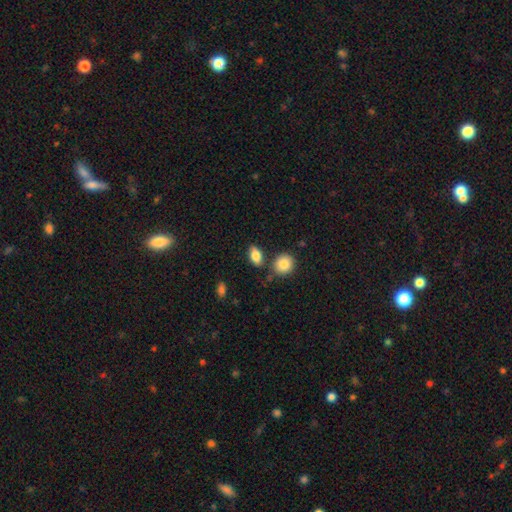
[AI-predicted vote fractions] smooth 84%, featured or disk 8%, star or artifact 8%. Down the decision tree: how rounded — in between (85%); merging — none (75%).